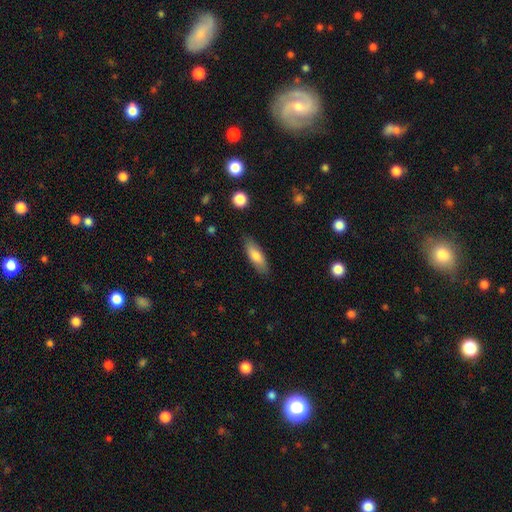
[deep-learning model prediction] Q: Smooth or featured?
A: smooth (76%); runner-up: featured or disk (18%)
Q: How rounded?
A: in between (53%); runner-up: cigar-shaped (45%)
Q: Merging?
A: none (84%); runner-up: minor disturbance (12%)